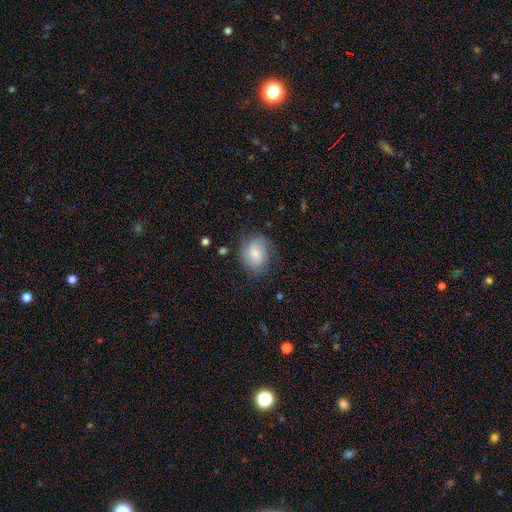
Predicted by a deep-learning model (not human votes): Overall: smooth (74%). How rounded: round (51%; in between 48%). Merging: none (70%).